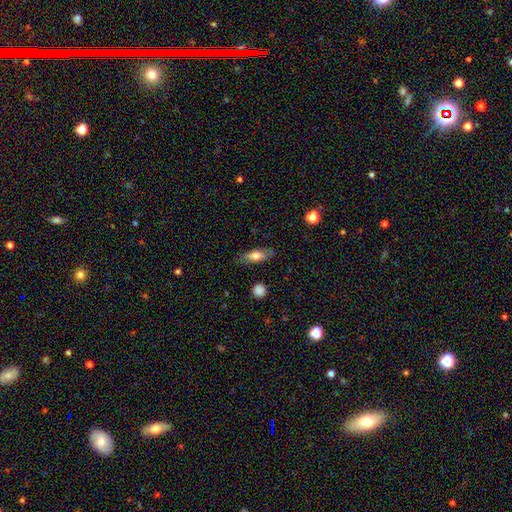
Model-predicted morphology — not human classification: The model was most divided on "how rounded": in between: 65%, cigar-shaped: 32%, round: 3%. More confident: merging — none (80%); smooth or featured — smooth (68%).